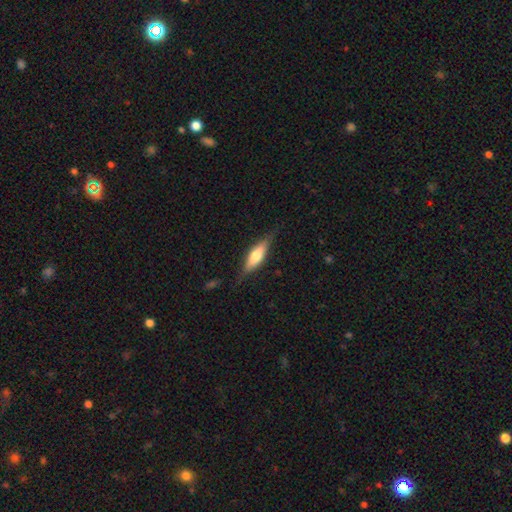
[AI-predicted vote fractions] Q: Smooth or featured?
A: smooth (54%); runner-up: featured or disk (41%)
Q: How rounded?
A: cigar-shaped (55%); runner-up: in between (43%)
Q: Merging?
A: none (78%); runner-up: minor disturbance (17%)